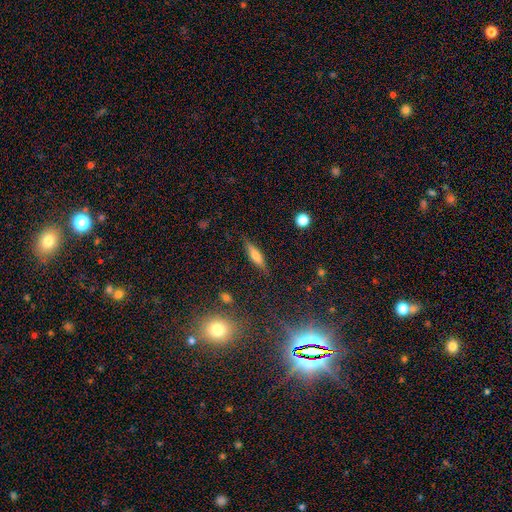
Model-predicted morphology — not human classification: Smooth or featured: smooth — 63% (featured or disk — 29%)
How rounded: cigar-shaped — 72% (in between — 26%)
Merging: none — 85% (minor disturbance — 10%)